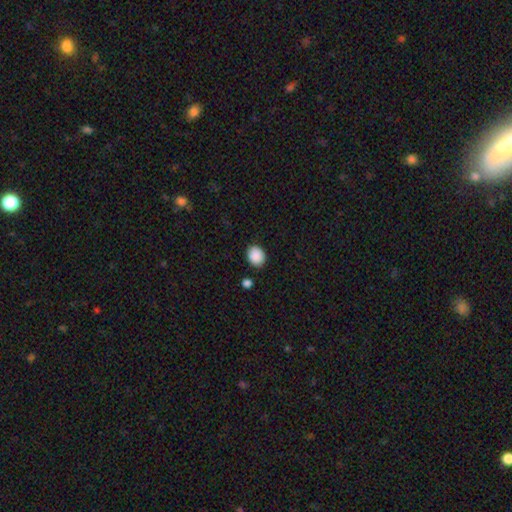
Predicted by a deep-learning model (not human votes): Smooth or featured? smooth (89%)
How rounded? round (58%)
Merging? none (86%)